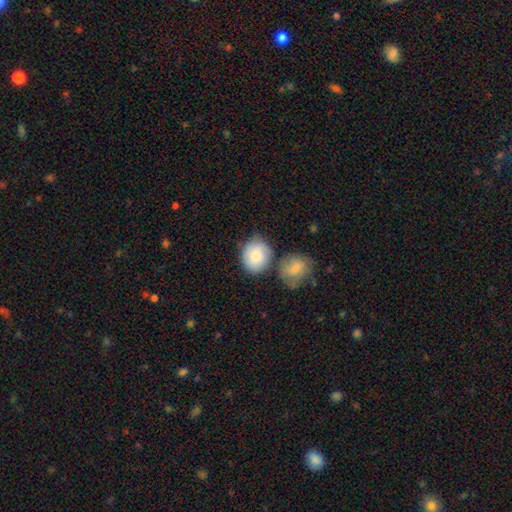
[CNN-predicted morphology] smooth_or_featured: smooth (p=0.84) [alt: featured or disk p=0.10]
how_rounded: round (p=0.63) [alt: in between p=0.36]
merging: none (p=0.56) [alt: merger p=0.22]